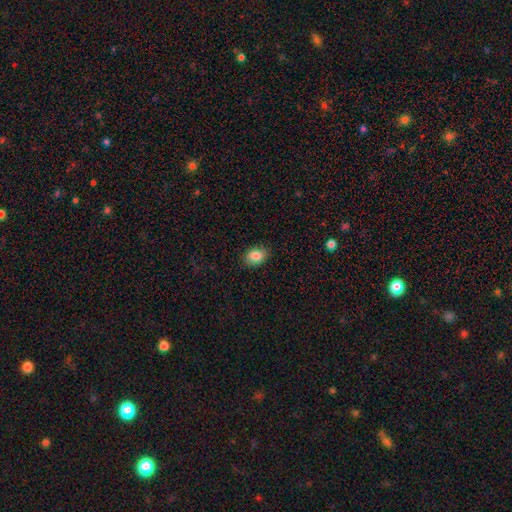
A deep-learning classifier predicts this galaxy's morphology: This appears to be a smooth galaxy with no disk features (85%) that is in between round and cigar-shaped (74%). Merging: none (87%).